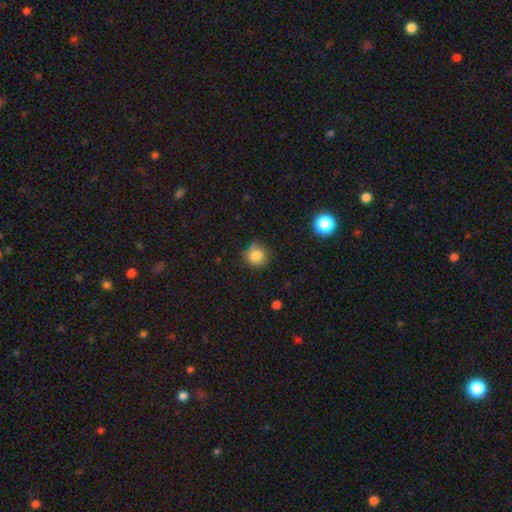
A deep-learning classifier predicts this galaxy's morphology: smooth_or_featured: smooth (p=0.82) [alt: star or artifact p=0.11]
how_rounded: round (p=0.86) [alt: in between p=0.13]
merging: none (p=0.74) [alt: minor disturbance p=0.19]